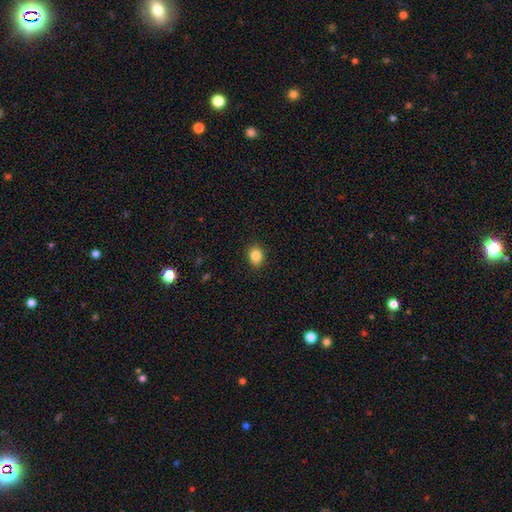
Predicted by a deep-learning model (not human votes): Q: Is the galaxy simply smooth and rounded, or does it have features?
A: smooth — 85%.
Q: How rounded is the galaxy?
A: in between — 55%.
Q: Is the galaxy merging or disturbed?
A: none — 89%.